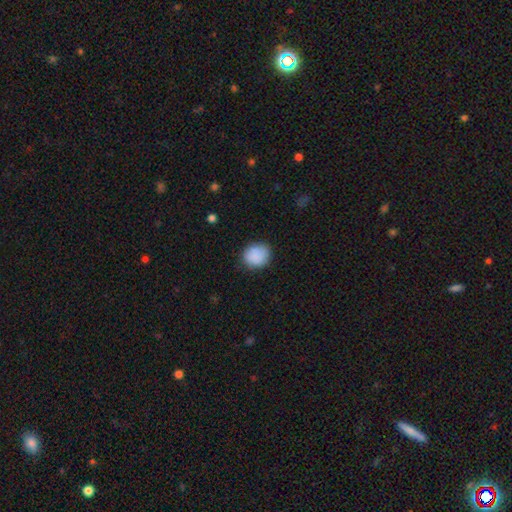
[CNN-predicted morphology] smooth_or_featured: smooth (p=0.88) [alt: star or artifact p=0.08]
how_rounded: round (p=0.73) [alt: in between p=0.26]
merging: none (p=0.80) [alt: minor disturbance p=0.15]